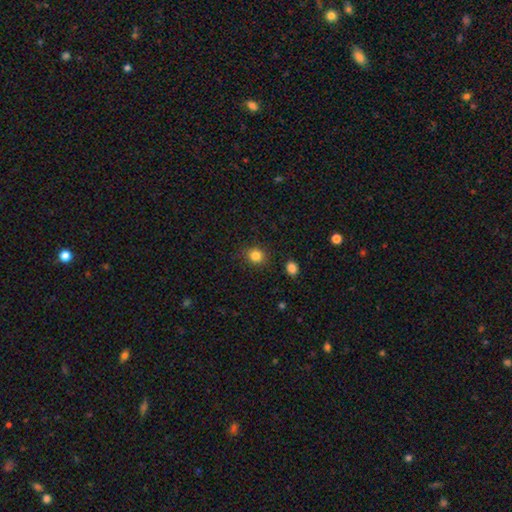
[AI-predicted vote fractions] Morphology: type=smooth (83%); roundness=round (83%); merging=none (87%).